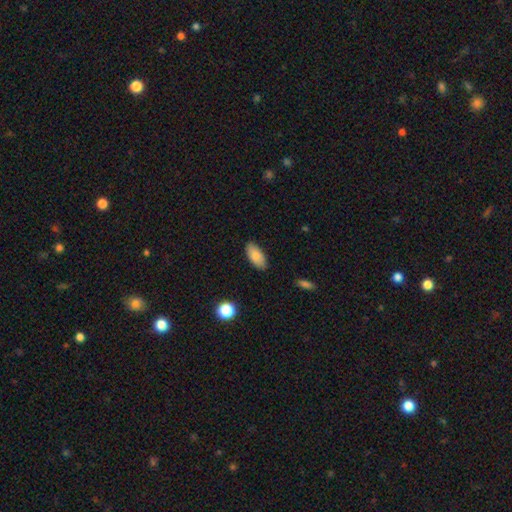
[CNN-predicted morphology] Smooth or featured? Predicted: smooth (p=0.81). How rounded? Predicted: in between (p=0.92). Merging? Predicted: none (p=0.86).